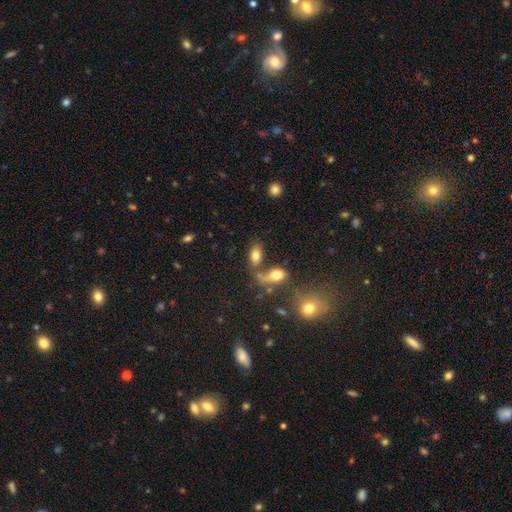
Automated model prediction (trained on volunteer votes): Morphology: type=smooth (77%); roundness=in between (89%); merging=none (46%).